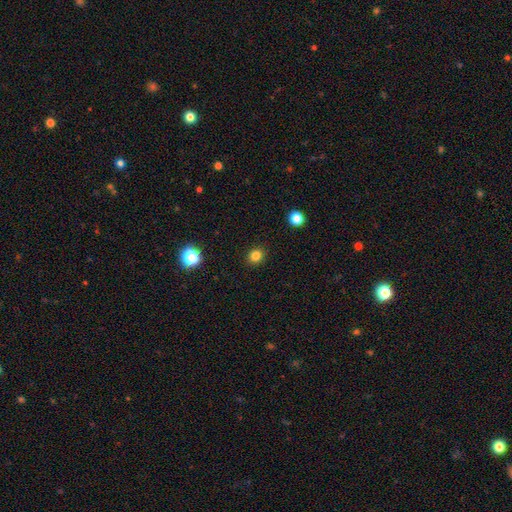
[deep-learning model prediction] smooth 82%, star or artifact 14%, featured or disk 5%. Down the decision tree: how rounded — round (70%); merging — none (91%).